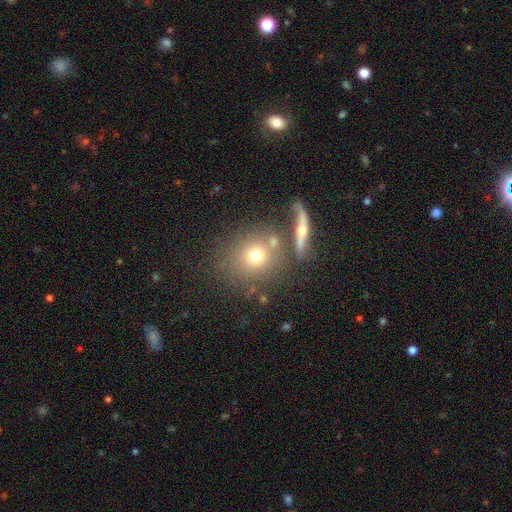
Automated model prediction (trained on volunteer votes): Overall: smooth (68%). How rounded: round (80%). Merging: none (64%).